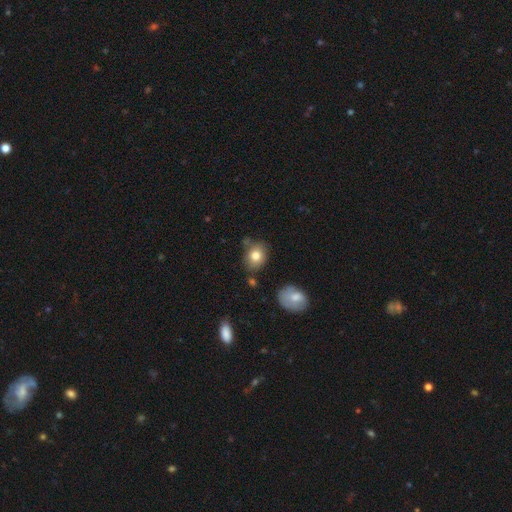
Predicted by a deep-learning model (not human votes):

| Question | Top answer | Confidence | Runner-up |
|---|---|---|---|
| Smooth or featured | smooth | 80% | featured or disk (10%) |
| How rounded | round | 53% | in between (46%) |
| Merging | none | 69% | minor disturbance (20%) |